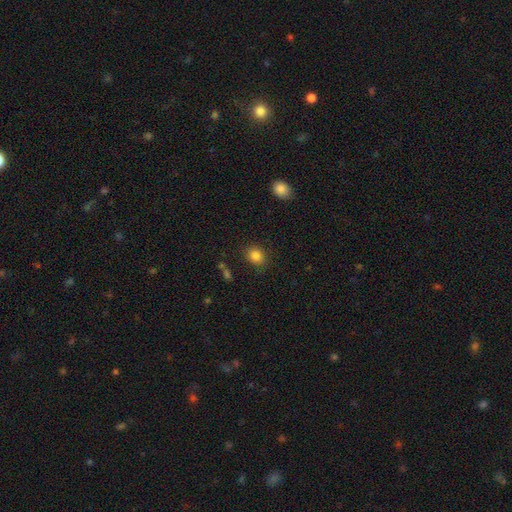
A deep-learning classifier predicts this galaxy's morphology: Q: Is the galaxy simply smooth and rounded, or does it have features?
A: smooth — 84%.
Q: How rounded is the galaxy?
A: round — 53%.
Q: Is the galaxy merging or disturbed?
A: none — 84%.